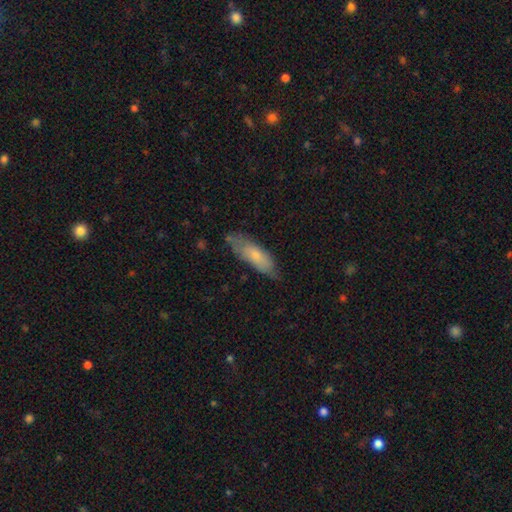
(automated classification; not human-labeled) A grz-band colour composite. It shows a smooth galaxy with no disk features (68%) that is in between round and cigar-shaped (56%). Merging: none (62%).